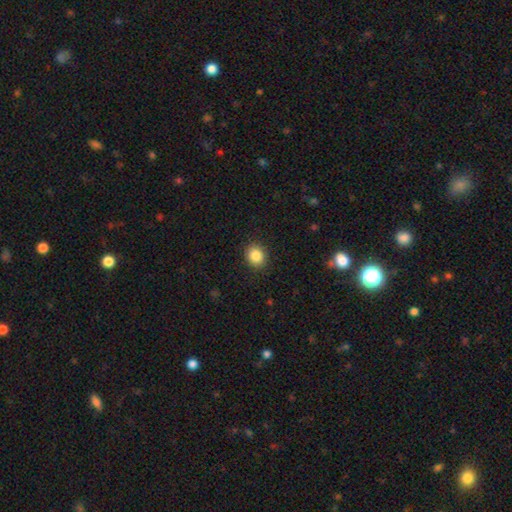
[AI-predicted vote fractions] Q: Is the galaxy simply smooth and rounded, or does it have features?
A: smooth — 86%.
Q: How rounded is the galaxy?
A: round — 67%.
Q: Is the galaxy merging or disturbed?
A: none — 90%.